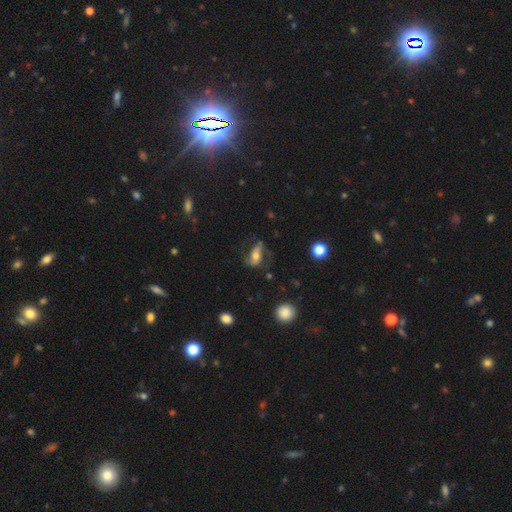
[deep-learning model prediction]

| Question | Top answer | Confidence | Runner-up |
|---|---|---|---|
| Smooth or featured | featured or disk | 63% | smooth (28%) |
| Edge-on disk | no | 92% | yes (8%) |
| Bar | no | 41% | weak (29%) |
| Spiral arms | yes | 83% | no (17%) |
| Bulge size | moderate | 61% | small (25%) |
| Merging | none | 59% | minor disturbance (20%) |